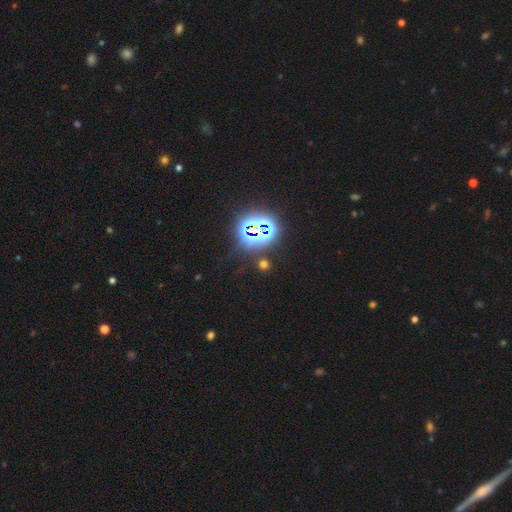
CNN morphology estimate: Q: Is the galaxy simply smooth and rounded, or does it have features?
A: star or artifact — 86%.